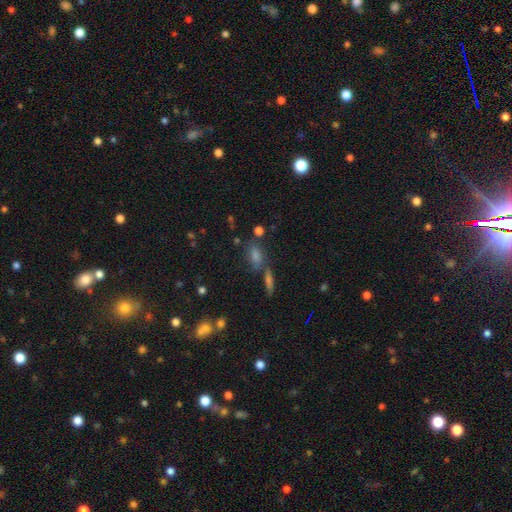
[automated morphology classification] Smooth or featured? smooth (51%)
How rounded? in between (68%)
Merging? none (56%)